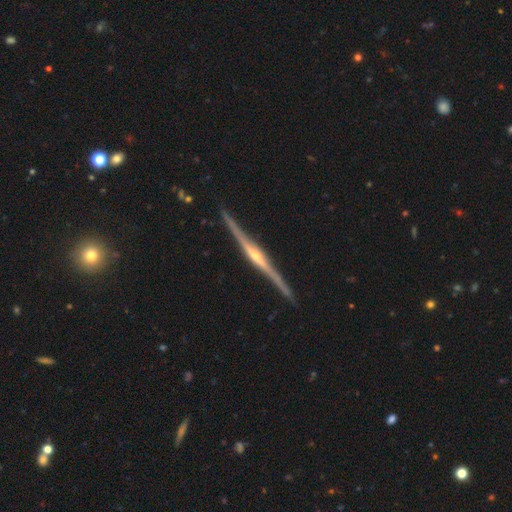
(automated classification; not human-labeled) Smooth or featured: featured or disk — 90% (smooth — 6%)
Edge-on disk: yes — 98% (no — 2%)
Edge-on bulge: rounded — 83% (none — 9%)
Merging: none — 90% (minor disturbance — 8%)